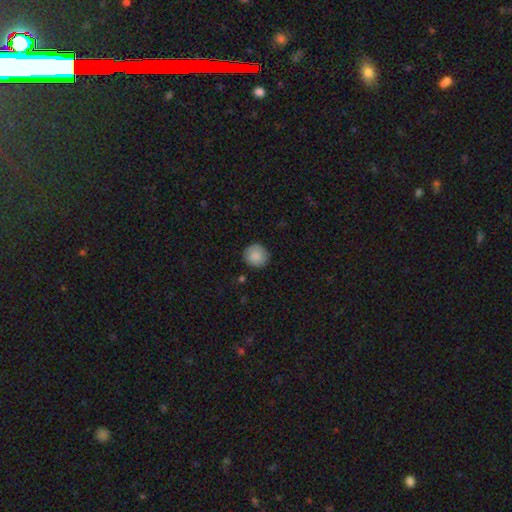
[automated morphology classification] Smooth or featured?
  - smooth: 86% *
  - star or artifact: 7%
  - featured or disk: 7%
How rounded?
  - round: 92% *
  - in between: 7%
  - cigar-shaped: 1%
Merging?
  - none: 88% *
  - minor disturbance: 9%
  - major disturbance: 2%
  - merger: 1%